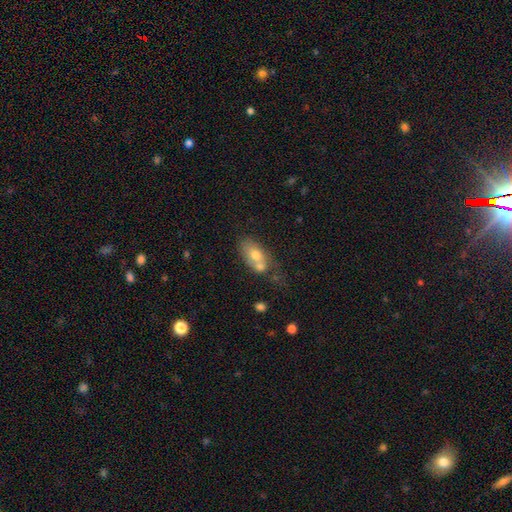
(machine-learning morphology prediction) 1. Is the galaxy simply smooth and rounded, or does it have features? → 66% smooth, 25% featured or disk, 8% star or artifact.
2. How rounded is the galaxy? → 86% in between, 9% round, 5% cigar-shaped.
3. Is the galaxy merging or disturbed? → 42% merger, 34% none, 16% minor disturbance, 7% major disturbance.